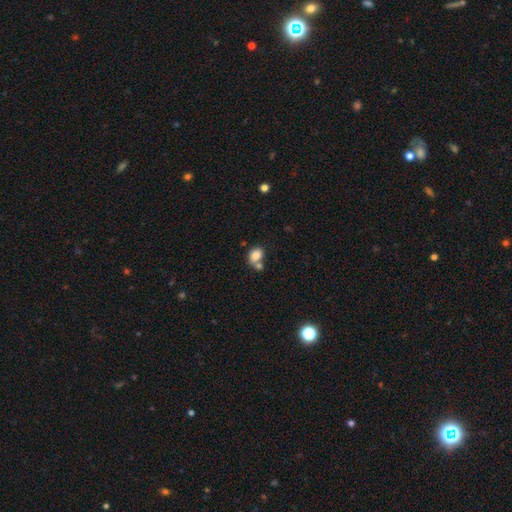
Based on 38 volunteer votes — Overall: smooth (76%). How rounded: in between (62%; round 38%). Merging: merger (43%; none 30%).